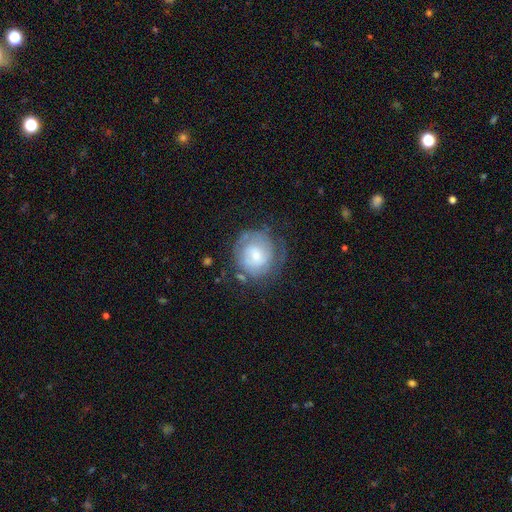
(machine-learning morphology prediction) smooth_or_featured: featured or disk (p=0.65) [alt: smooth p=0.29]
disk_edge_on: no (p=0.98) [alt: yes p=0.02]
bar: no (p=0.52) [alt: weak p=0.41]
has_spiral_arms: yes (p=0.84) [alt: no p=0.16]
spiral_winding: tight (p=0.63) [alt: medium p=0.28]
spiral_arm_count: can't tell (p=0.41) [alt: 2 p=0.37]
bulge_size: small (p=0.50) [alt: moderate p=0.38]
merging: none (p=0.61) [alt: minor disturbance p=0.23]